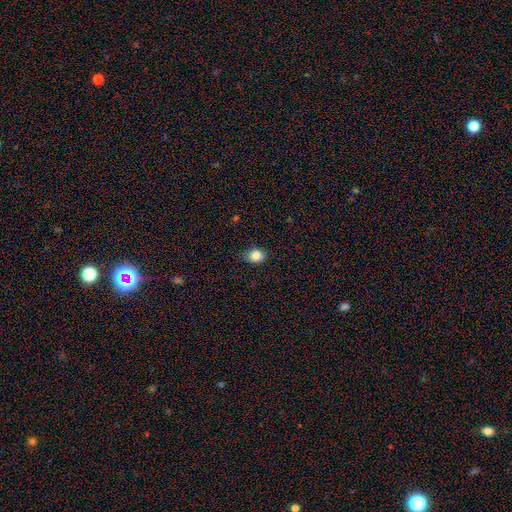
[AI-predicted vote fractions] Smooth or featured? smooth (83%)
How rounded? round (50%)
Merging? none (80%)